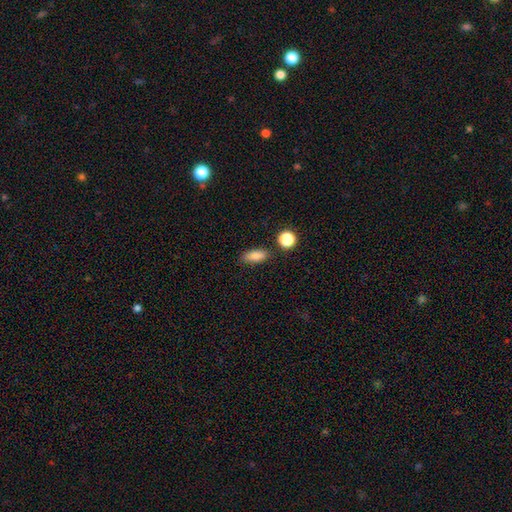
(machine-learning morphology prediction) The model was most divided on "how rounded": in between: 75%, cigar-shaped: 18%, round: 7%. More confident: smooth or featured — smooth (84%); merging — none (82%).